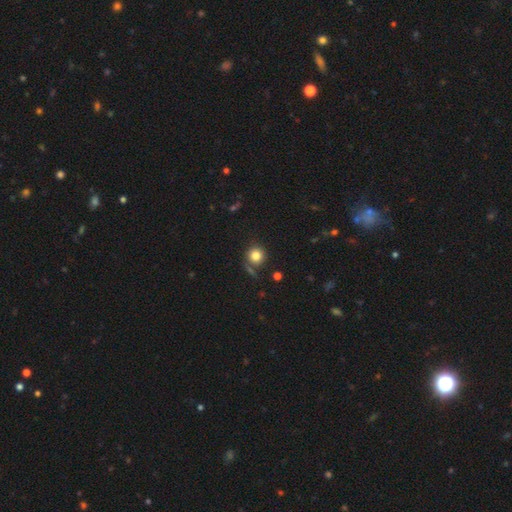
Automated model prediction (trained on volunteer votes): This is clearly a smooth galaxy (81%). How rounded: clearly round (91%). Merging: likely none (76%).